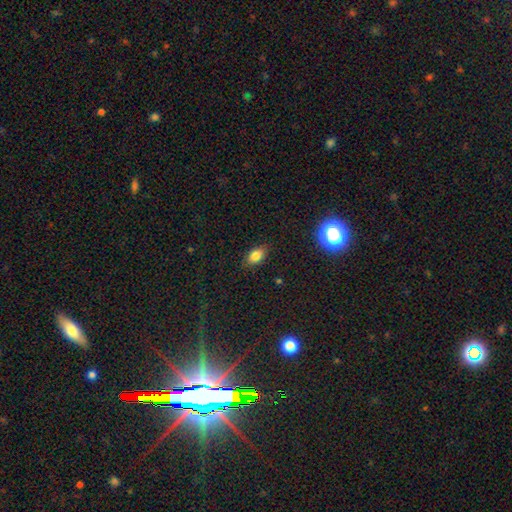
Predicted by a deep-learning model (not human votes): Morphology: type=smooth (80%); roundness=in between (86%); merging=none (84%).